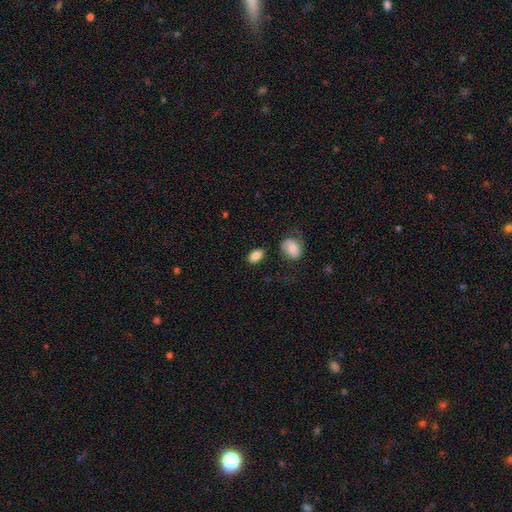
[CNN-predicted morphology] Smooth or featured? Predicted: smooth (p=0.86). How rounded? Predicted: in between (p=0.88). Merging? Predicted: none (p=0.82).